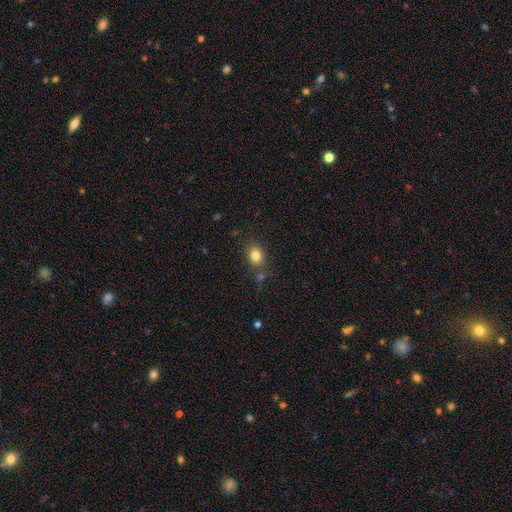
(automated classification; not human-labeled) This is clearly a smooth galaxy (82%). How rounded: possibly in between (51%). Merging: likely none (76%).